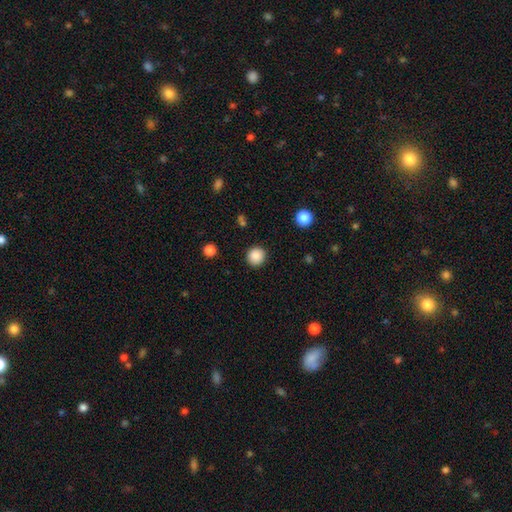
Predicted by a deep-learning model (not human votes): A smooth galaxy with no disk features (87%) that is round (94%).

Vote fractions:
- Smooth or featured? smooth: 87% / star or artifact: 9% / featured or disk: 3%
- How rounded? round: 94% / in between: 5% / cigar-shaped: 1%
- Merging? none: 91% / minor disturbance: 6% / major disturbance: 2% / merger: 1%